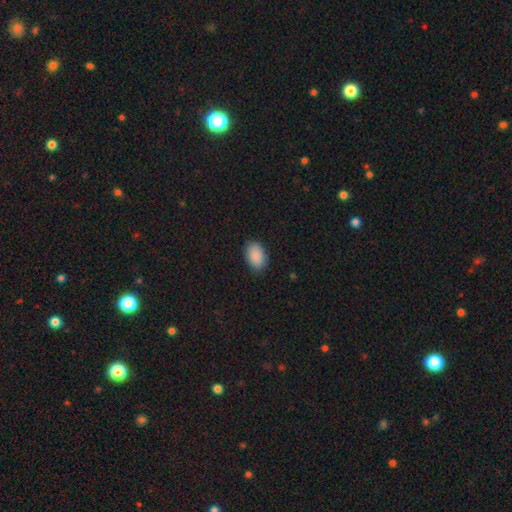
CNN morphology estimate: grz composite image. It shows a smooth galaxy with no disk features (90%) that is in between round and cigar-shaped (91%). Merging: none (87%).